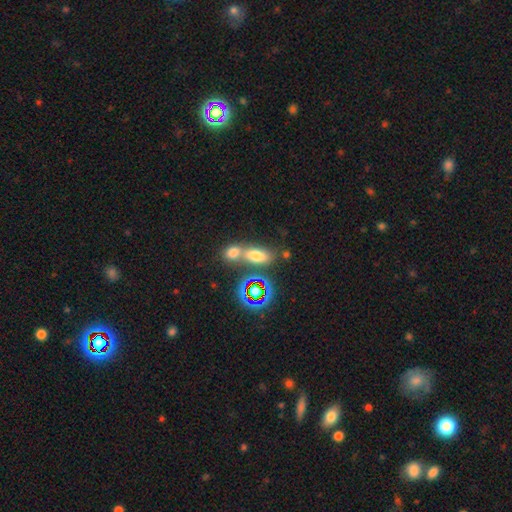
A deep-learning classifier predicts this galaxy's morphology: Smooth or featured? Predicted: smooth (p=0.67). How rounded? Predicted: in between (p=0.79). Merging? Predicted: merger (p=0.44).